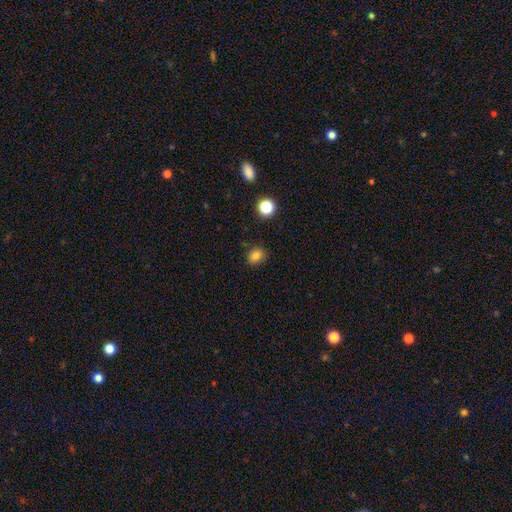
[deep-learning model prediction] A smooth galaxy with no disk features (81%) that is round (51%).

Vote fractions:
- Smooth or featured? smooth: 81% / star or artifact: 14% / featured or disk: 6%
- How rounded? round: 51% / in between: 48% / cigar-shaped: 1%
- Merging? none: 83% / minor disturbance: 12% / major disturbance: 3% / merger: 2%